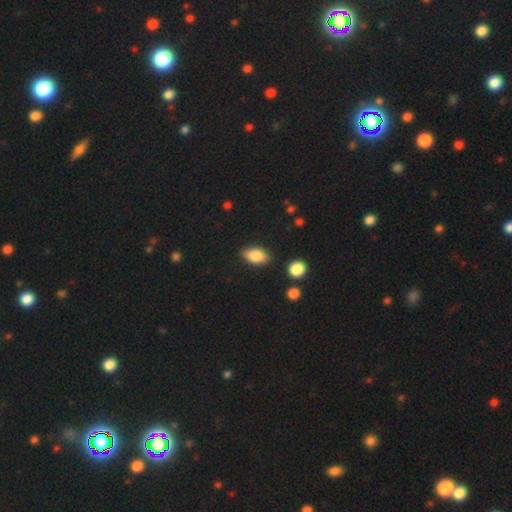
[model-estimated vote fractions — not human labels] smooth 80%, featured or disk 12%, star or artifact 8%. Down the decision tree: how rounded — in between (88%); merging — none (84%).